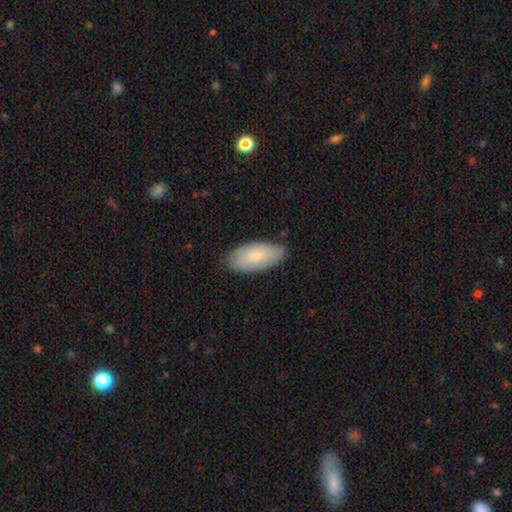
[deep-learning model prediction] Smooth or featured: smooth — 73% (featured or disk — 21%)
How rounded: in between — 93% (cigar-shaped — 5%)
Merging: none — 77% (minor disturbance — 19%)